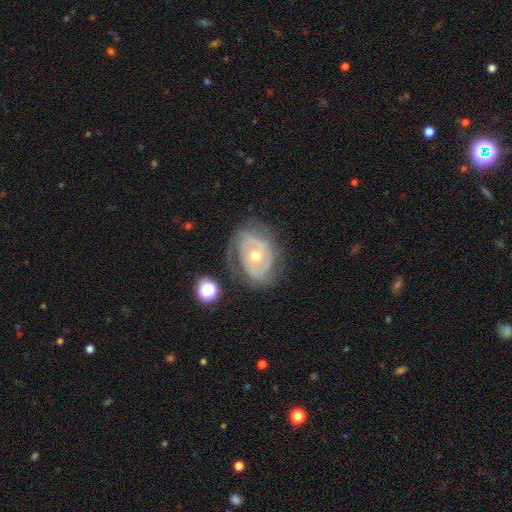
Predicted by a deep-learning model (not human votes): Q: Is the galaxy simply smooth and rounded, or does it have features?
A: featured or disk — 83%.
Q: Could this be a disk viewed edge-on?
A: no — 96%.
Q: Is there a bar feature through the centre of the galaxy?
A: no — 68%.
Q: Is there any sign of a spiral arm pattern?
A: yes — 86%.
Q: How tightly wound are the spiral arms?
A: tight — 62%.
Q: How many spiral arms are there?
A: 2 — 45%.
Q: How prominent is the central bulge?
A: moderate — 58%.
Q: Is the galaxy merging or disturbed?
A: none — 65%.